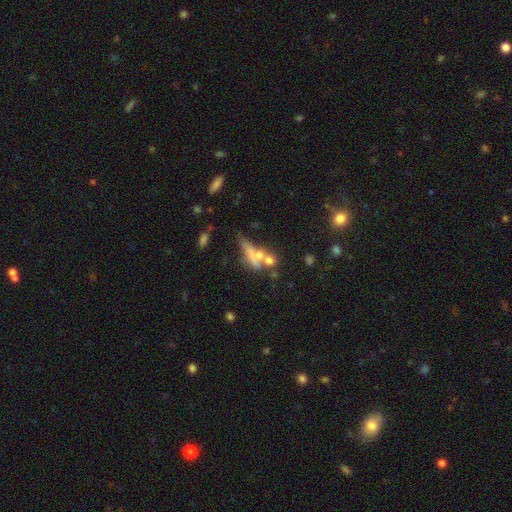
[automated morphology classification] This is possibly a smooth galaxy (50%). Merging: marginally merger (38%).